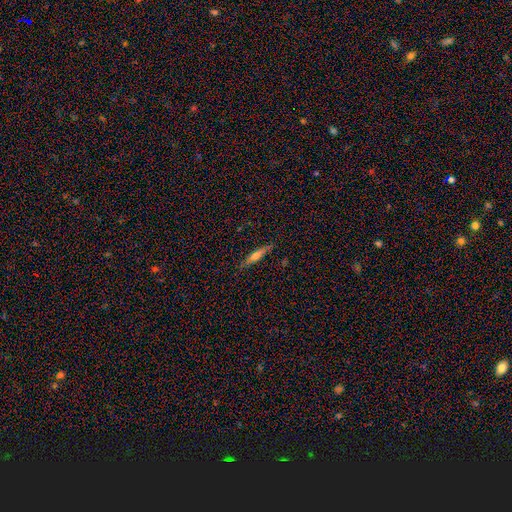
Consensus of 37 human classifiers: Morphology: type=smooth (57%); roundness=cigar-shaped (76%); merging=none (86%).